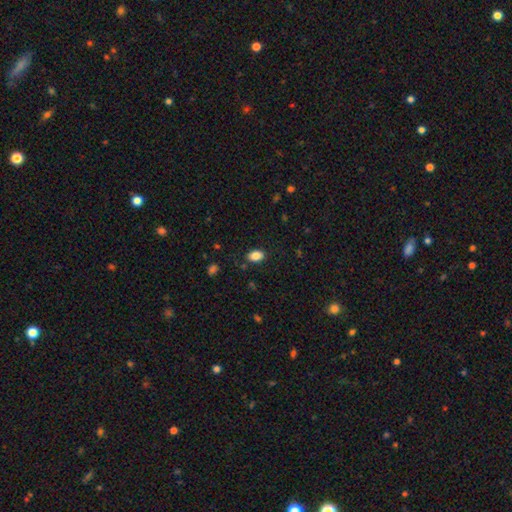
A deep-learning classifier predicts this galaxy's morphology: This is clearly a smooth galaxy (87%). How rounded: clearly in between (86%). Merging: clearly none (84%).